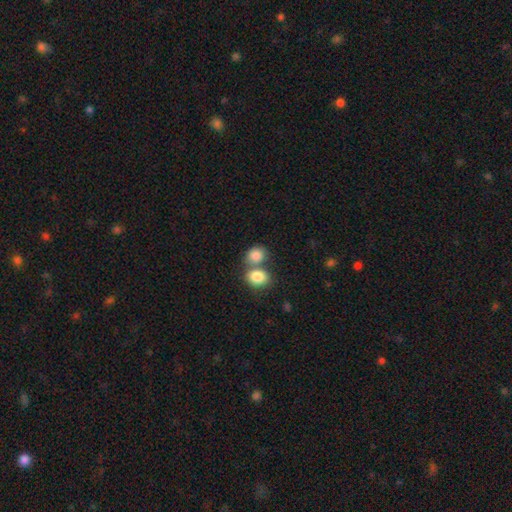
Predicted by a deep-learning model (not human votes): Smooth or featured? smooth (85%)
How rounded? round (54%)
Merging? merger (52%)